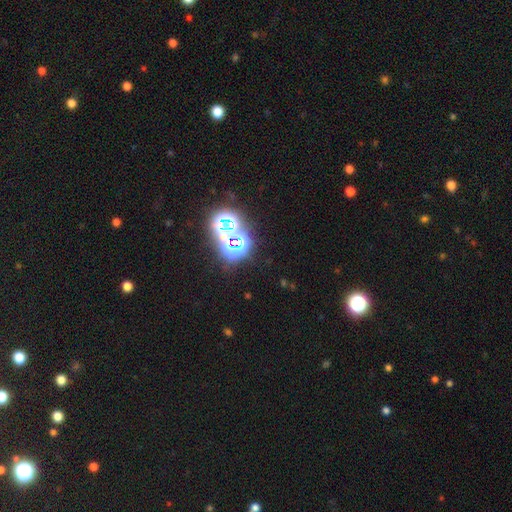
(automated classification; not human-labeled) The model was most divided on "smooth or featured": star or artifact: 65%, smooth: 24%, featured or disk: 11%.